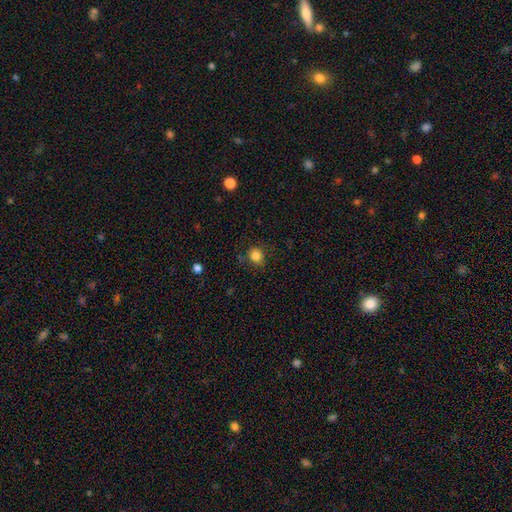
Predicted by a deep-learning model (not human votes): Q: Smooth or featured?
A: smooth (83%); runner-up: star or artifact (12%)
Q: How rounded?
A: round (80%); runner-up: in between (19%)
Q: Merging?
A: none (81%); runner-up: minor disturbance (13%)